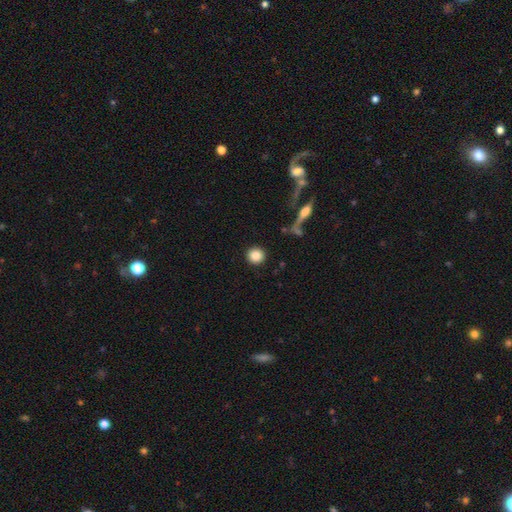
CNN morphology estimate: smooth 85%, star or artifact 9%, featured or disk 6%. Down the decision tree: how rounded — round (93%); merging — none (91%).